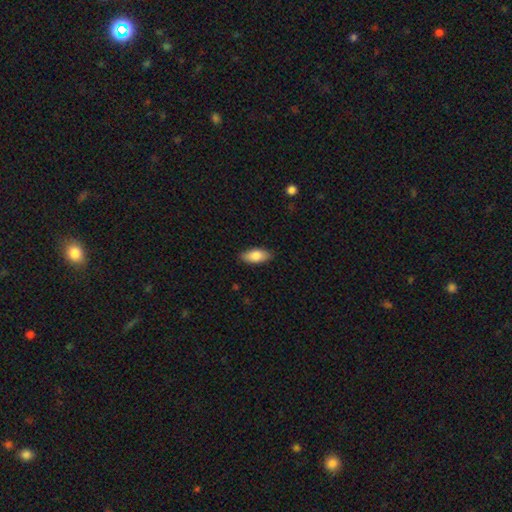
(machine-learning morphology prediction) This appears to be a smooth galaxy with no disk features (84%) that is in between round and cigar-shaped (87%). Merging: none (88%).